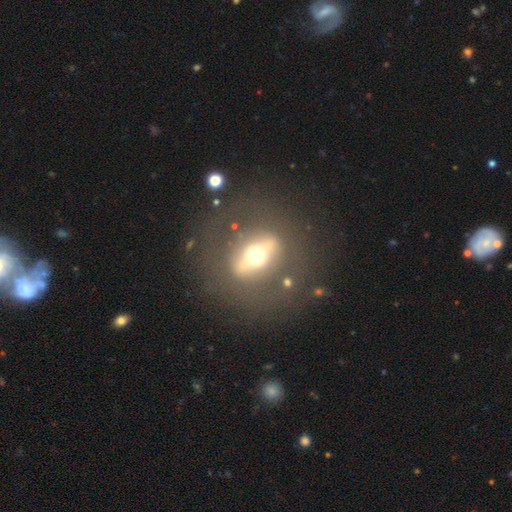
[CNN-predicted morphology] This appears to be a featured or disk galaxy (54%). Merging: none (78%).